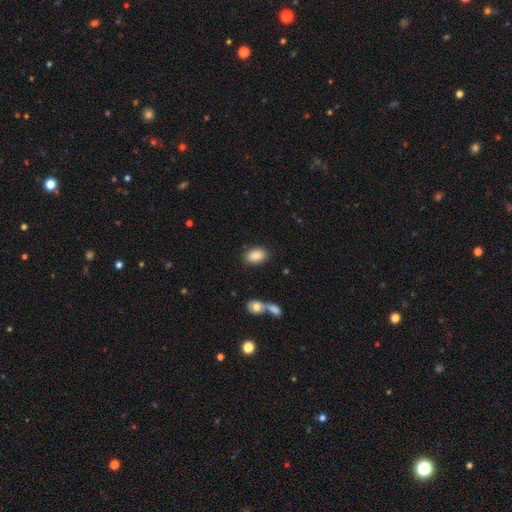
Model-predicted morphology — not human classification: The model was most divided on "merging": none: 82%, minor disturbance: 10%, merger: 5%, major disturbance: 3%. More confident: how rounded — in between (89%); smooth or featured — smooth (87%).